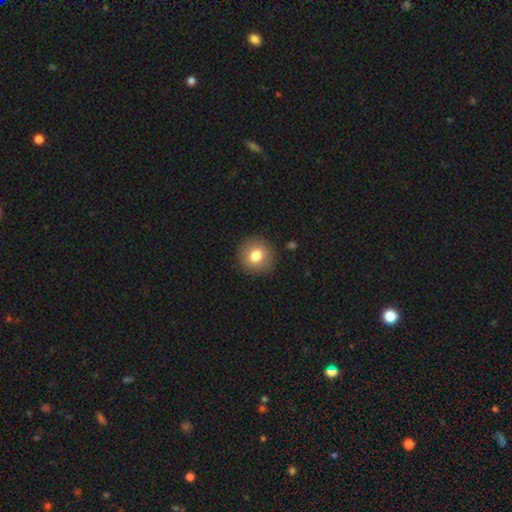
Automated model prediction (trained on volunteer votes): This appears to be a smooth galaxy with no disk features (78%) that is round (91%). Merging: none (90%).